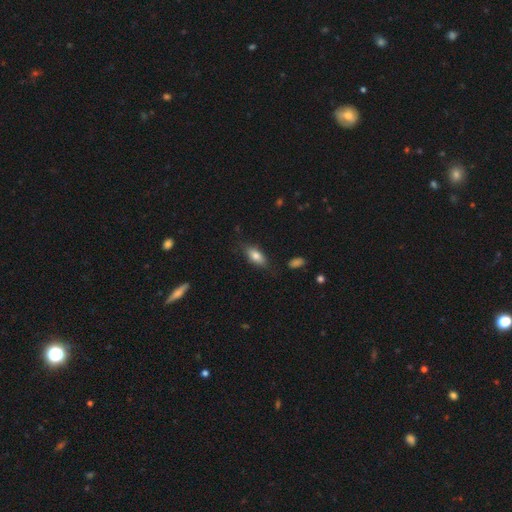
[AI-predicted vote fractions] smooth 78%, featured or disk 15%, star or artifact 7%. Down the decision tree: how rounded — in between (83%); merging — none (76%).